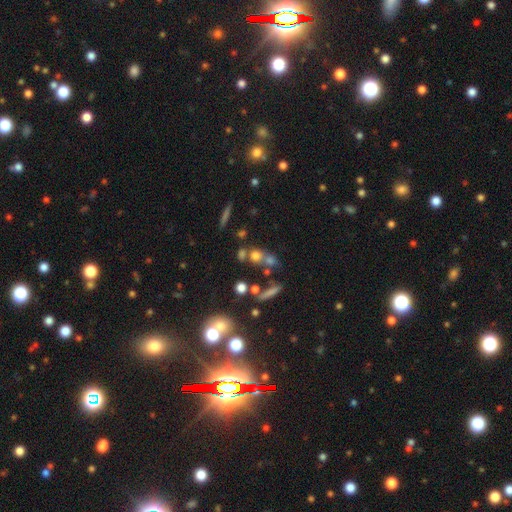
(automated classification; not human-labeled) This appears to be a smooth galaxy with no disk features (63%) that is round (71%). Merging: none (44%).